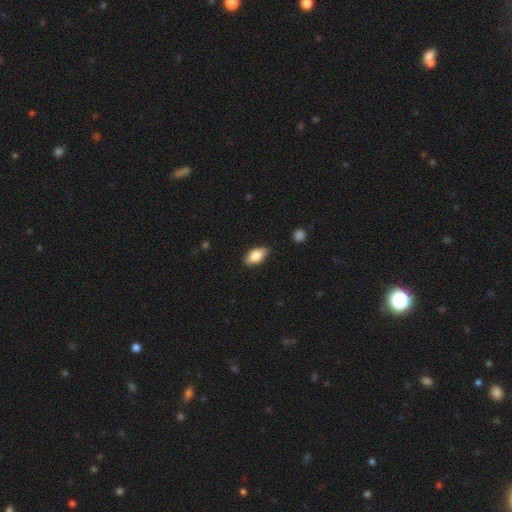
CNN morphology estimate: Overall: smooth (79%). How rounded: in between (89%). Merging: none (85%).